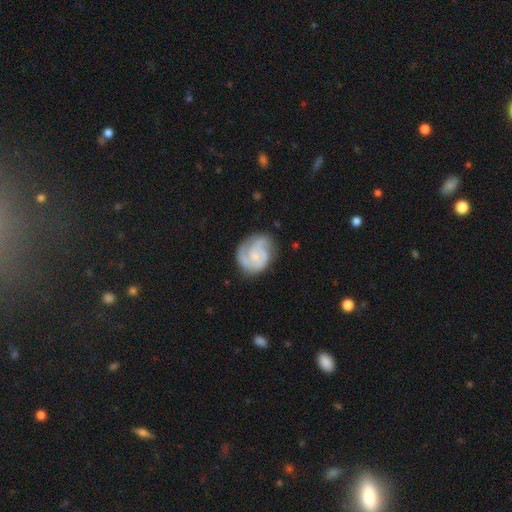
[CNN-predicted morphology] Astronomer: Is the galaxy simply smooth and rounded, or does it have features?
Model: featured or disk — 77%.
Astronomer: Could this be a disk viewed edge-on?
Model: no — 98%.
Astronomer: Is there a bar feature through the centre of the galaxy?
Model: no — 65%.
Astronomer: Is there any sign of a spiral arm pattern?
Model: yes — 94%.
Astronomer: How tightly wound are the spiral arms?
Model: tight — 44% (runner-up: medium, 43%).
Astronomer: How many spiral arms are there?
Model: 2 — 42% (runner-up: 3, 31%).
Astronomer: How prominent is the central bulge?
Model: small — 49% (runner-up: none, 26%).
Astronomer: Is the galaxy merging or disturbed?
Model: none — 66%.